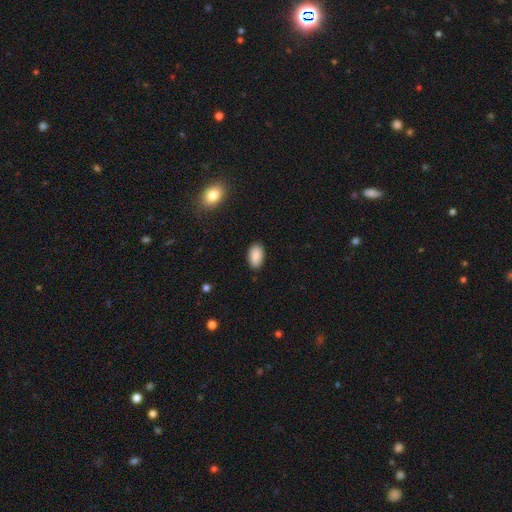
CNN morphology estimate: Q: Smooth or featured?
A: smooth (86%); runner-up: star or artifact (7%)
Q: How rounded?
A: in between (94%); runner-up: round (5%)
Q: Merging?
A: none (86%); runner-up: minor disturbance (11%)